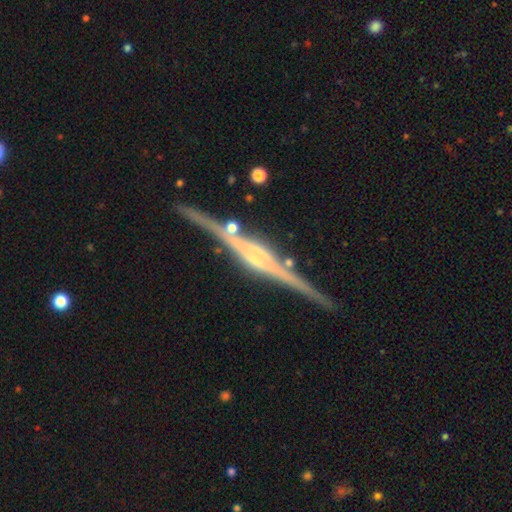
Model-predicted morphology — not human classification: Smooth or featured?
  - featured or disk: 88% *
  - smooth: 6%
  - star or artifact: 6%
Edge-on disk?
  - yes: 98% *
  - no: 2%
Edge-on bulge?
  - boxy: 48% *
  - rounded: 43%
  - none: 9%
Merging?
  - none: 86% *
  - minor disturbance: 9%
  - merger: 3%
  - major disturbance: 2%